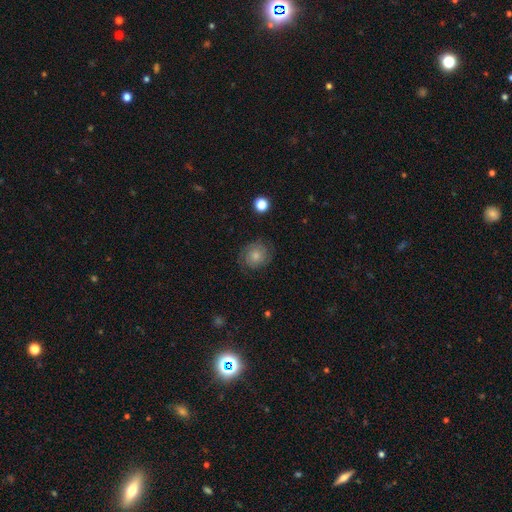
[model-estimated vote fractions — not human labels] A featured or disk galaxy (55%) with no bar (81%), spiral arms (89%) and a small central bulge (44%).

Vote fractions:
- Smooth or featured? featured or disk: 55% / smooth: 35% / star or artifact: 10%
- Edge-on disk? no: 97% / yes: 3%
- Bar? no: 81% / weak: 17% / strong: 3%
- Spiral arms? yes: 89% / no: 11%
- Bulge size? small: 44% / moderate: 41% / none: 7% / large: 6% / dominant: 2%
- Merging? none: 80% / minor disturbance: 14% / major disturbance: 6% / merger: 1%